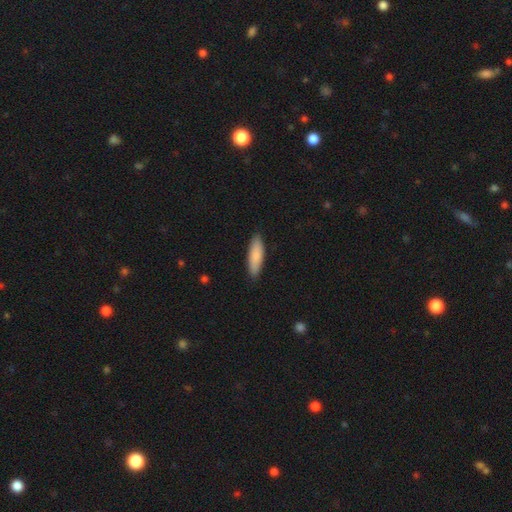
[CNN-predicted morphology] This appears to be a smooth galaxy with no disk features (85%) that is cigar-shaped (56%). Merging: none (89%).